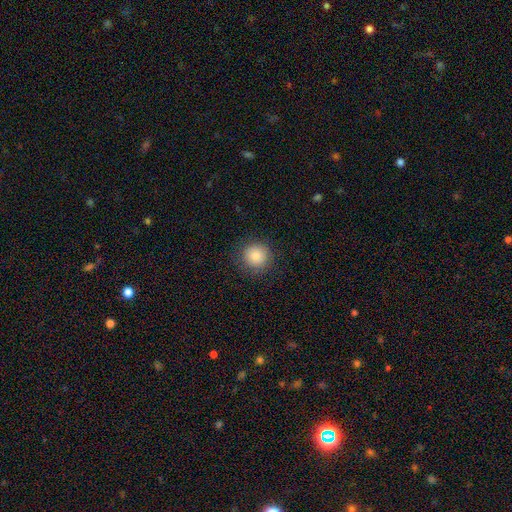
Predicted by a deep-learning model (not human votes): Overall: smooth (82%). How rounded: round (94%). Merging: none (89%).